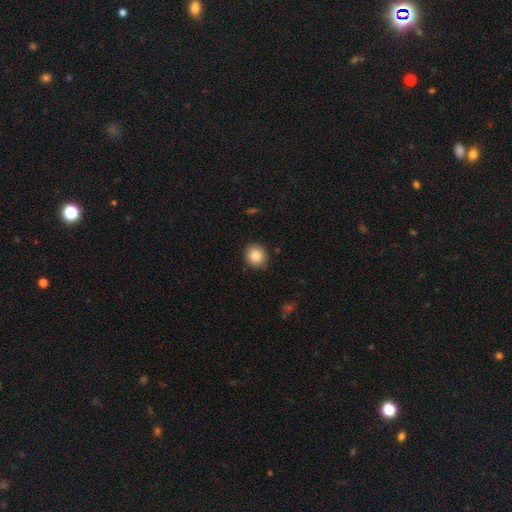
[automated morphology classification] smooth 87%, star or artifact 8%, featured or disk 5%. Down the decision tree: how rounded — round (81%); merging — none (87%).